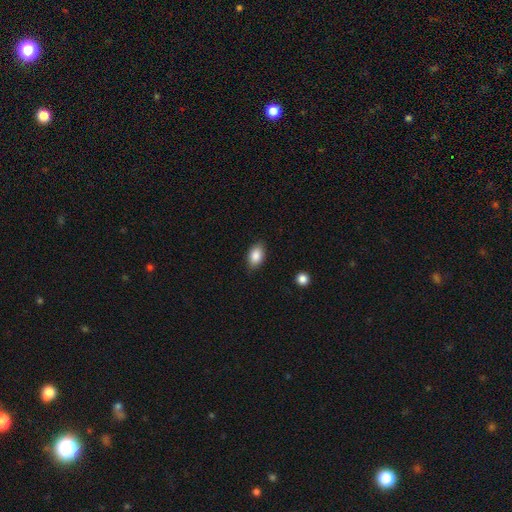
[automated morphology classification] A smooth galaxy with no disk features (87%) that is in between round and cigar-shaped (89%). Merging: none (84%).